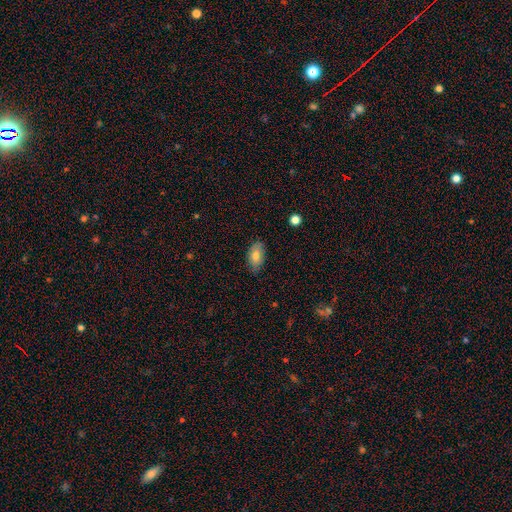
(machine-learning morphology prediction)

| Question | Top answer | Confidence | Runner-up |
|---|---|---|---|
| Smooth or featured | smooth | 74% | featured or disk (18%) |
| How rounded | in between | 92% | round (5%) |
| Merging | none | 79% | minor disturbance (17%) |